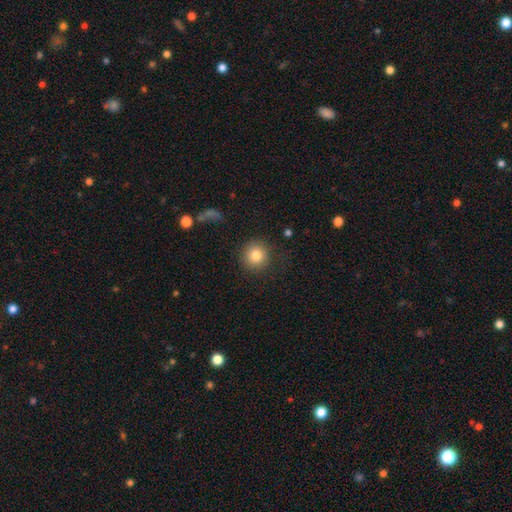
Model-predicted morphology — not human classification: Q: Smooth or featured?
A: smooth (82%); runner-up: star or artifact (10%)
Q: How rounded?
A: round (93%); runner-up: in between (6%)
Q: Merging?
A: none (86%); runner-up: minor disturbance (9%)